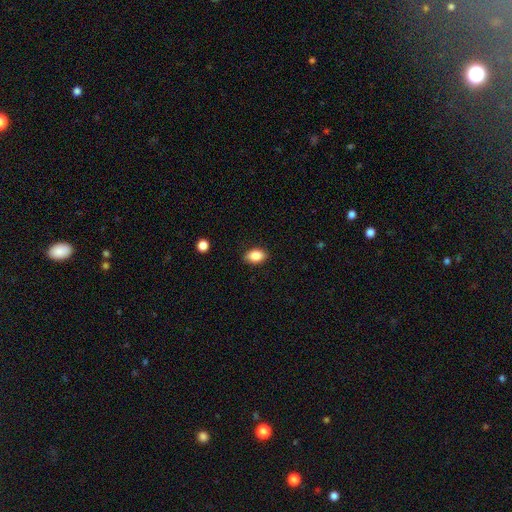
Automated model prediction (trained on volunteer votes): Smooth or featured?
  - smooth: 87% *
  - star or artifact: 8%
  - featured or disk: 5%
How rounded?
  - in between: 86% *
  - round: 13%
  - cigar-shaped: 1%
Merging?
  - none: 87% *
  - minor disturbance: 10%
  - major disturbance: 2%
  - merger: 1%